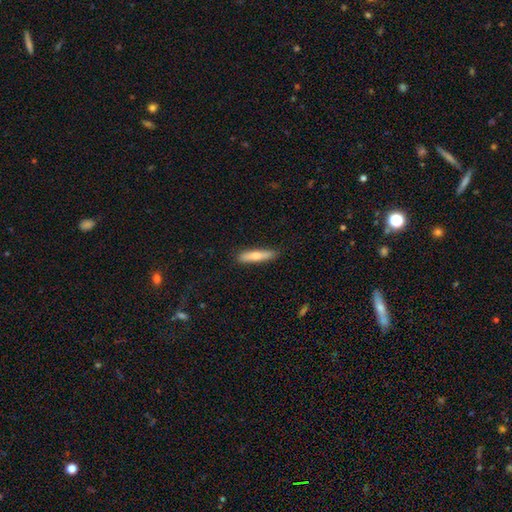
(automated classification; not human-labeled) Smooth or featured?
  - smooth: 67% *
  - featured or disk: 27%
  - star or artifact: 6%
How rounded?
  - cigar-shaped: 83% *
  - in between: 15%
  - round: 2%
Merging?
  - none: 87% *
  - minor disturbance: 10%
  - major disturbance: 2%
  - merger: 1%